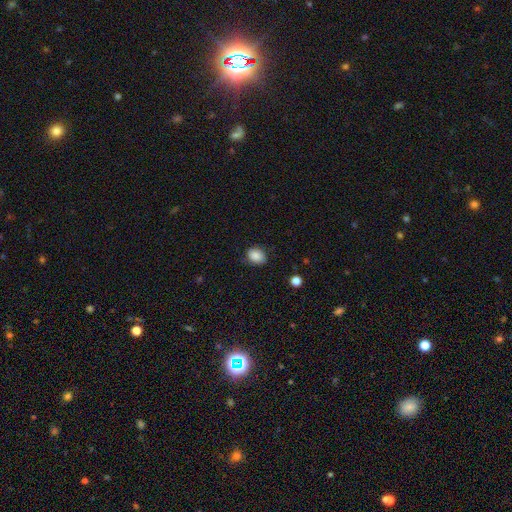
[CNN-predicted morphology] A smooth galaxy with no disk features (86%) that is in between round and cigar-shaped (58%).

Vote fractions:
- Smooth or featured? smooth: 86% / star or artifact: 9% / featured or disk: 5%
- How rounded? in between: 58% / round: 41% / cigar-shaped: 1%
- Merging? none: 80% / minor disturbance: 16% / major disturbance: 3% / merger: 1%